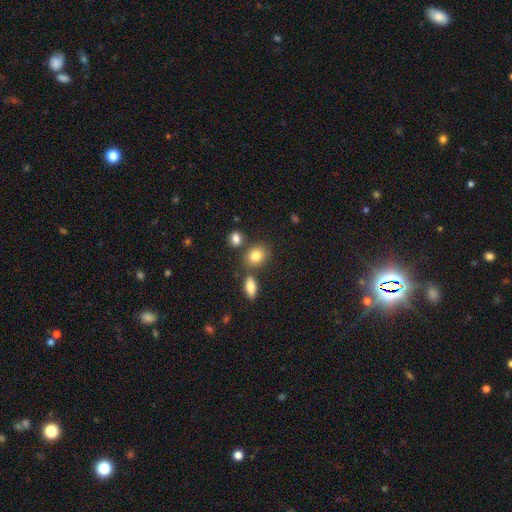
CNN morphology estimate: smooth-or-featured: smooth: 82% | star or artifact: 10% | featured or disk: 9%
  how-rounded: in between: 54% | round: 45% | cigar-shaped: 2%
  merging: none: 69% | merger: 15% | minor disturbance: 12% | major disturbance: 3%